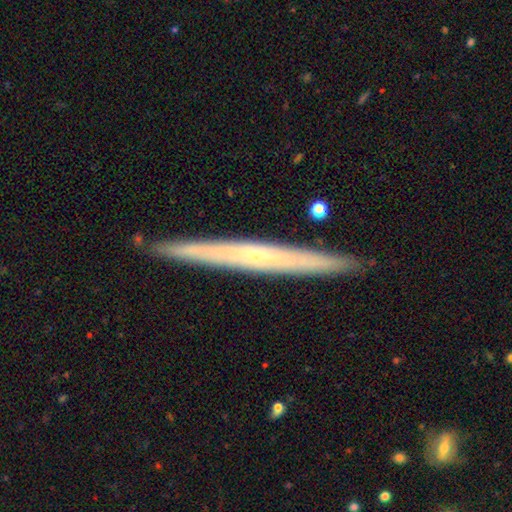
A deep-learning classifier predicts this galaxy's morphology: smooth_or_featured: featured or disk (p=0.65) [alt: smooth p=0.29]
disk_edge_on: yes (p=0.96) [alt: no p=0.04]
edge_on_bulge: none (p=0.66) [alt: rounded p=0.31]
merging: none (p=0.91) [alt: minor disturbance p=0.07]